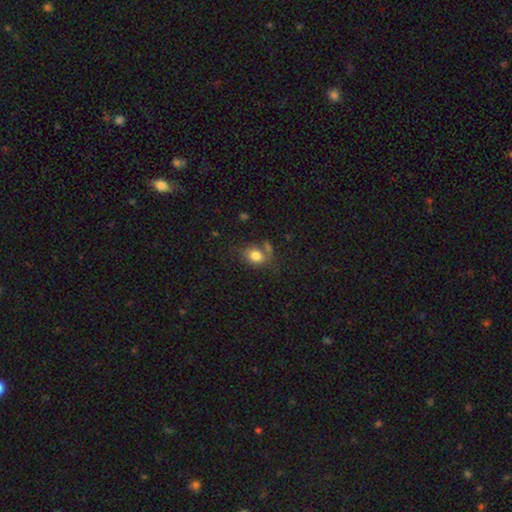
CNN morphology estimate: type=smooth (79%); roundness=in between (59%); merging=none (54%).